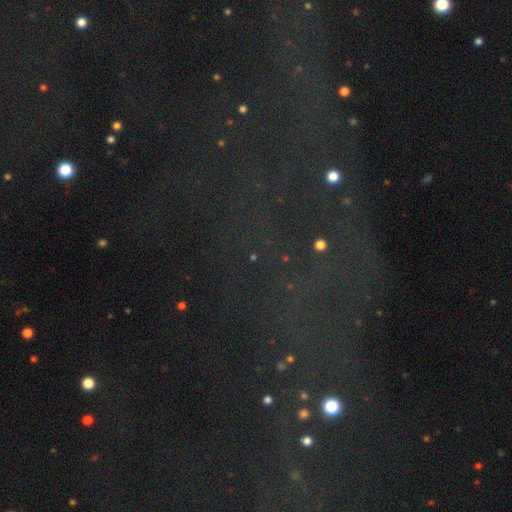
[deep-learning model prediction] This is likely a star or artifact rather than a galaxy (74%).